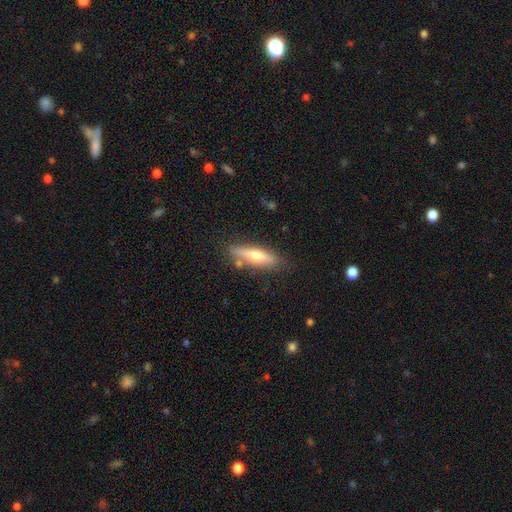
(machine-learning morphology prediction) This is possibly a smooth galaxy (48%). Merging: likely none (79%).